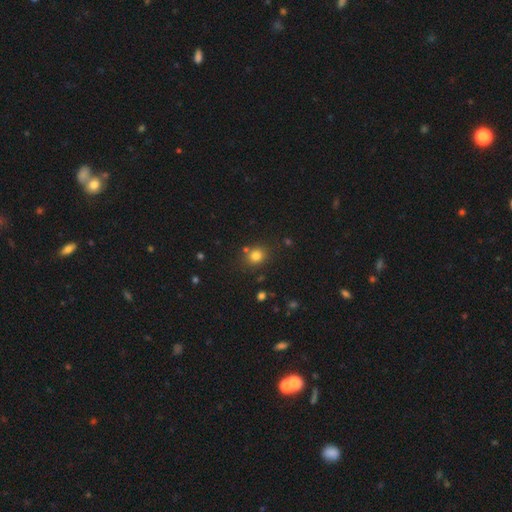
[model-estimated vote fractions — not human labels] A smooth galaxy with no disk features (80%) that is round (72%).

Vote fractions:
- Smooth or featured? smooth: 80% / star or artifact: 14% / featured or disk: 6%
- How rounded? round: 72% / in between: 27% / cigar-shaped: 1%
- Merging? none: 78% / minor disturbance: 11% / merger: 8% / major disturbance: 4%